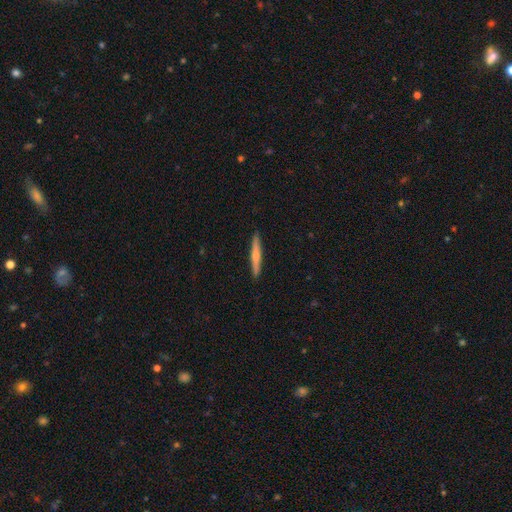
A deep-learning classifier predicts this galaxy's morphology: This is possibly a smooth galaxy (48%). Merging: clearly none (92%).